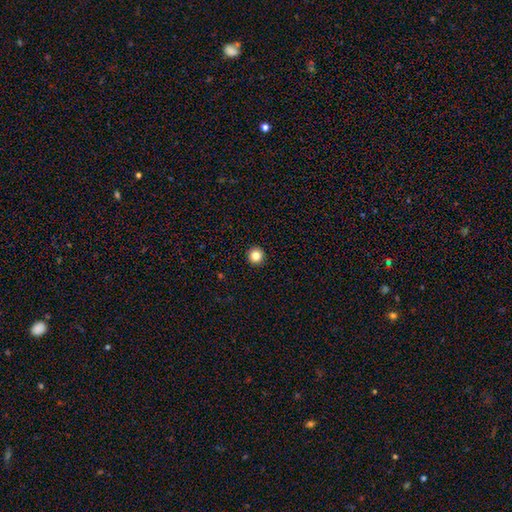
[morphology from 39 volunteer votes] This appears to be a smooth galaxy with no disk features (90%) that is round (100%). Merging: none (94%).